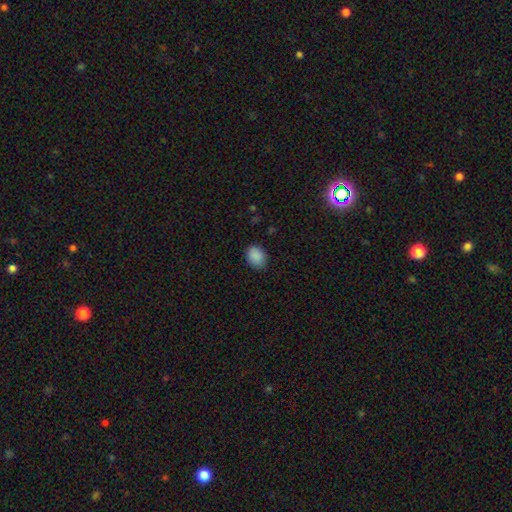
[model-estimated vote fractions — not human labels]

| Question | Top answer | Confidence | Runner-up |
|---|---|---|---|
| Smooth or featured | smooth | 89% | star or artifact (8%) |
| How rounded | in between | 63% | round (36%) |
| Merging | none | 84% | minor disturbance (12%) |